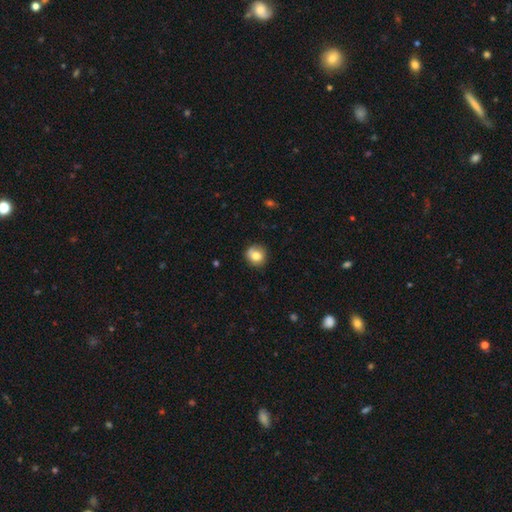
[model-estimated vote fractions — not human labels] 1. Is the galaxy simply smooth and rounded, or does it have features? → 78% smooth, 12% featured or disk, 10% star or artifact.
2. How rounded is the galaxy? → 87% round, 13% in between, 1% cigar-shaped.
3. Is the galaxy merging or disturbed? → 77% none, 17% minor disturbance, 3% major disturbance, 2% merger.